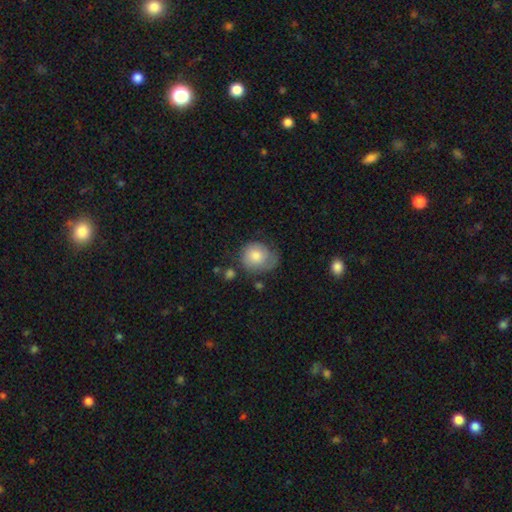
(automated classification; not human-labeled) smooth-or-featured: smooth: 72% | featured or disk: 20% | star or artifact: 8%
  how-rounded: round: 74% | in between: 26% | cigar-shaped: 1%
  merging: none: 49% | minor disturbance: 32% | major disturbance: 15% | merger: 3%